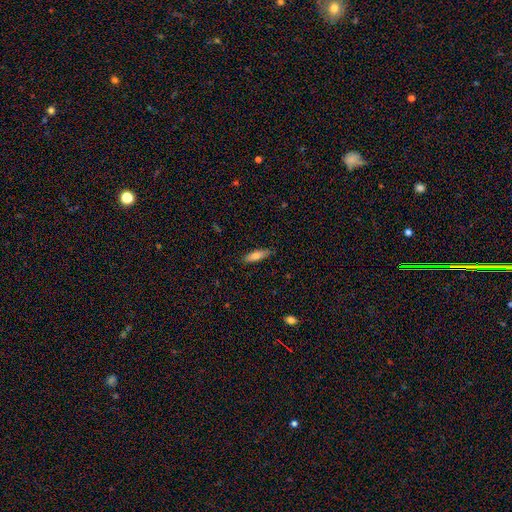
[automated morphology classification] Q: Smooth or featured?
A: smooth (73%); runner-up: featured or disk (21%)
Q: How rounded?
A: cigar-shaped (59%); runner-up: in between (40%)
Q: Merging?
A: none (85%); runner-up: minor disturbance (12%)